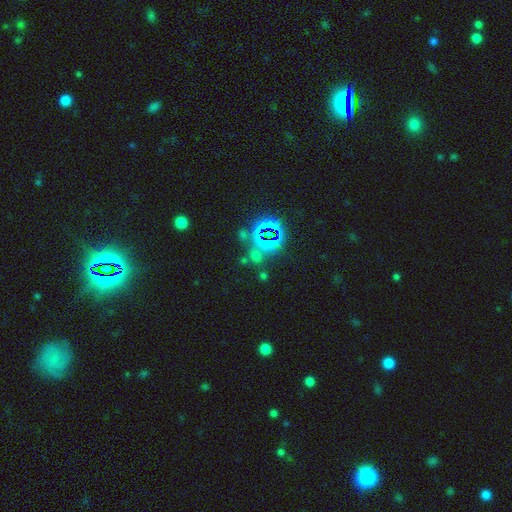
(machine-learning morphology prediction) type=star or artifact (58%).